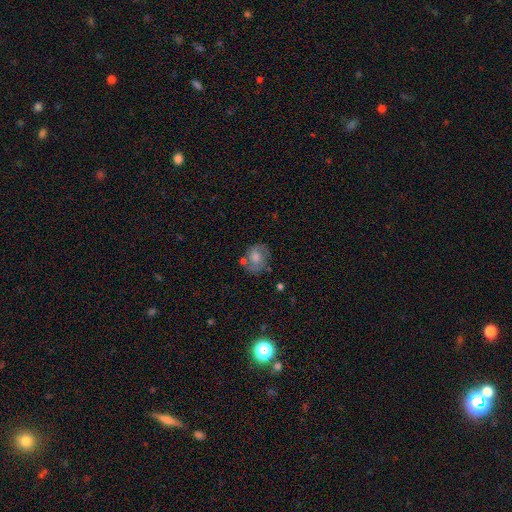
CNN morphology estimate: type=featured or disk (47%); merging=none (66%).